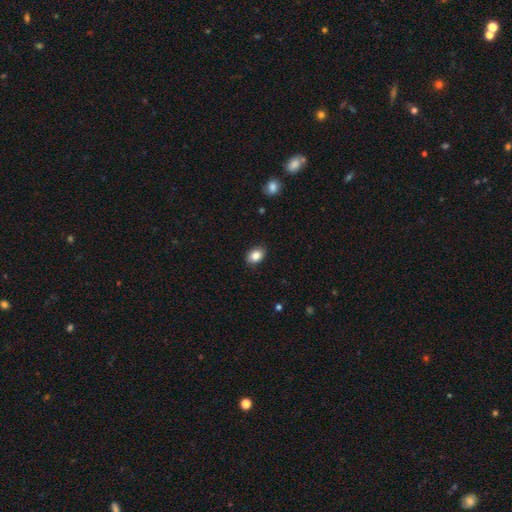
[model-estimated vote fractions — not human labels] smooth-or-featured: smooth: 86% | star or artifact: 8% | featured or disk: 6%
  how-rounded: in between: 81% | round: 18% | cigar-shaped: 1%
  merging: none: 88% | minor disturbance: 9% | major disturbance: 2% | merger: 1%